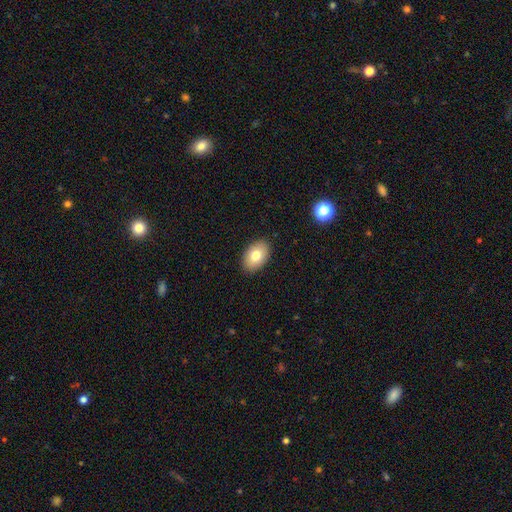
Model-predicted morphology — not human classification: A smooth galaxy with no disk features (77%) that is in between round and cigar-shaped (87%). Merging: none (89%).